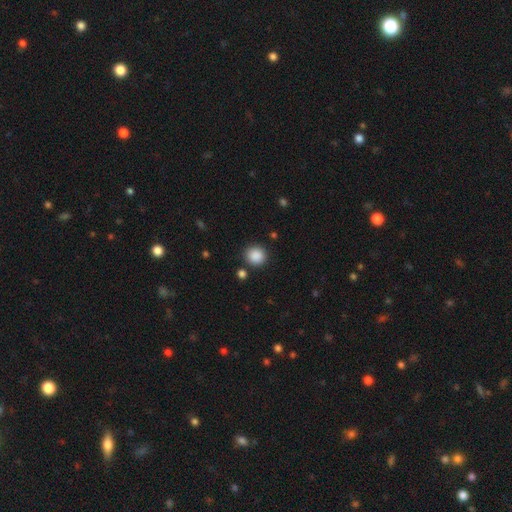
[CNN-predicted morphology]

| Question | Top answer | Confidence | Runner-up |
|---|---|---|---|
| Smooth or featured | smooth | 88% | star or artifact (9%) |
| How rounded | round | 91% | in between (8%) |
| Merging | none | 87% | minor disturbance (7%) |